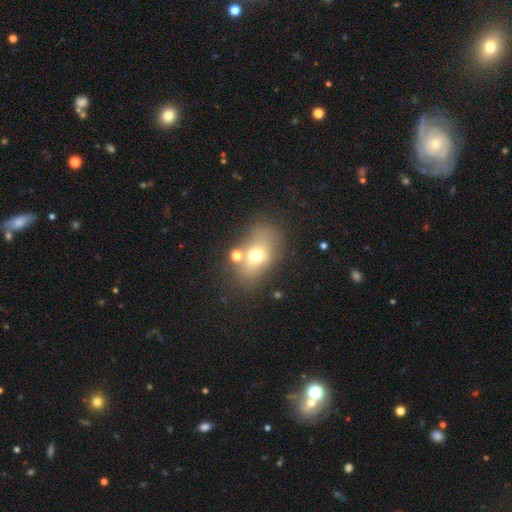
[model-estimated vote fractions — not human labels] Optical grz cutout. It shows a smooth galaxy with no disk features (65%) that is in between round and cigar-shaped (75%). Merging: none (62%).